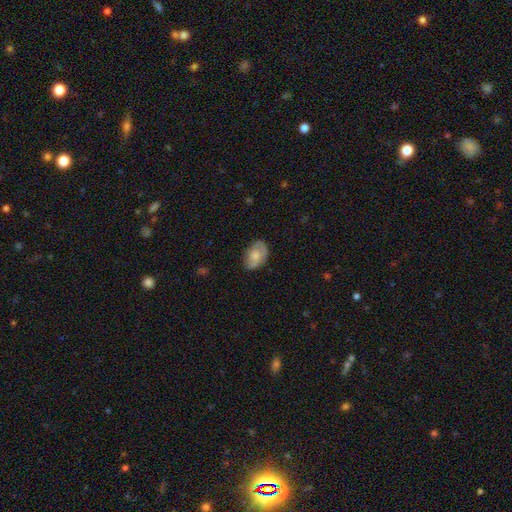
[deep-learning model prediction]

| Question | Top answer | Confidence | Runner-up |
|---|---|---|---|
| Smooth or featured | smooth | 58% | featured or disk (35%) |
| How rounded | in between | 85% | round (14%) |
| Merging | none | 68% | minor disturbance (24%) |